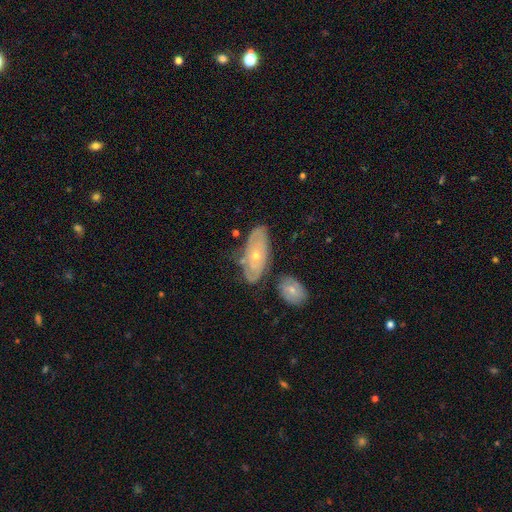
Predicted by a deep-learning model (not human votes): The model was most divided on "bulge size": small: 58%, moderate: 40%, large: 1%, none: 1%, dominant: 1%. More confident: edge-on disk — no (89%); bar — no (83%); spiral arms — yes (73%); smooth or featured — featured or disk (72%); merging — none (68%).